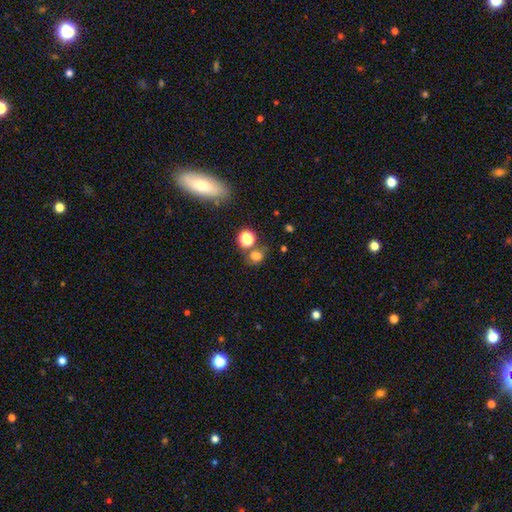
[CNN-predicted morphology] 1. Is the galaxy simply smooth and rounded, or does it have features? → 69% smooth, 20% star or artifact, 10% featured or disk.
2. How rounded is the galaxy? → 63% round, 36% in between, 1% cigar-shaped.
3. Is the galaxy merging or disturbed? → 58% none, 20% merger, 15% minor disturbance, 7% major disturbance.